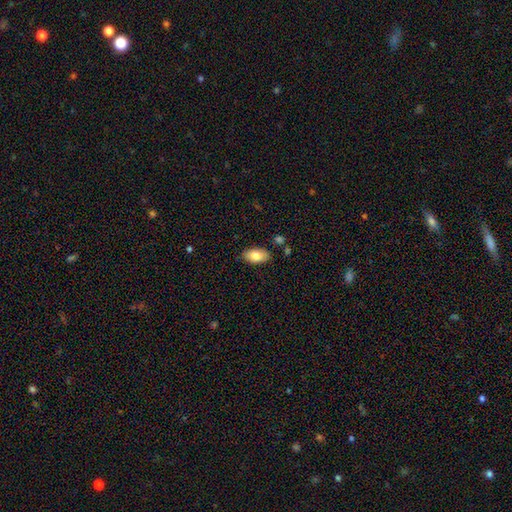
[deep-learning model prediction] smooth 79%, featured or disk 14%, star or artifact 7%. Down the decision tree: how rounded — in between (93%); merging — none (85%).